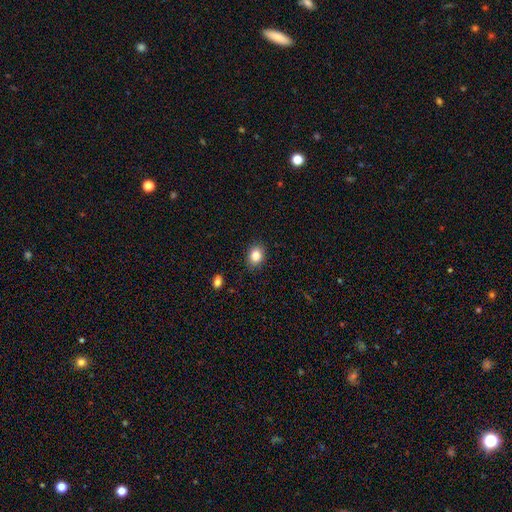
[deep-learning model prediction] Smooth or featured? Predicted: smooth (p=0.85). How rounded? Predicted: in between (p=0.52). Merging? Predicted: none (p=0.87).